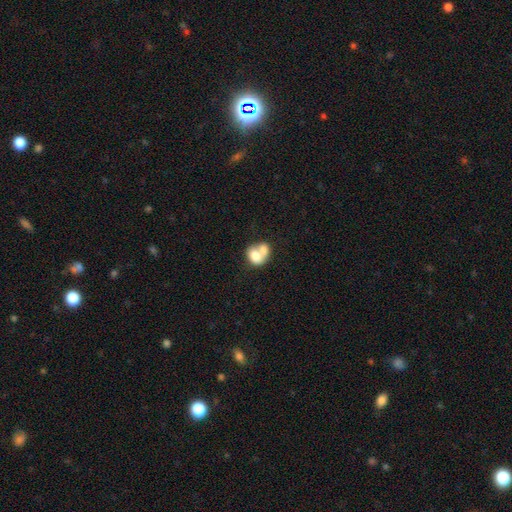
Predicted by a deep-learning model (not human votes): Q: Smooth or featured?
A: smooth (70%); runner-up: featured or disk (22%)
Q: How rounded?
A: in between (60%); runner-up: round (39%)
Q: Merging?
A: merger (70%); runner-up: none (18%)